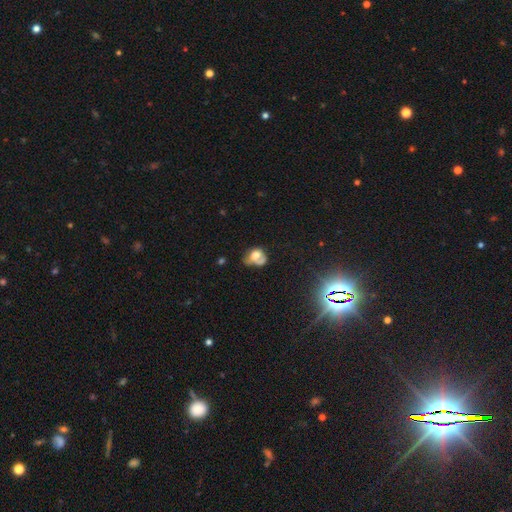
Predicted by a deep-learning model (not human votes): smooth_or_featured: smooth (p=0.58) [alt: featured or disk p=0.28]
how_rounded: in between (p=0.57) [alt: round p=0.42]
merging: merger (p=0.30) [alt: major disturbance p=0.25]